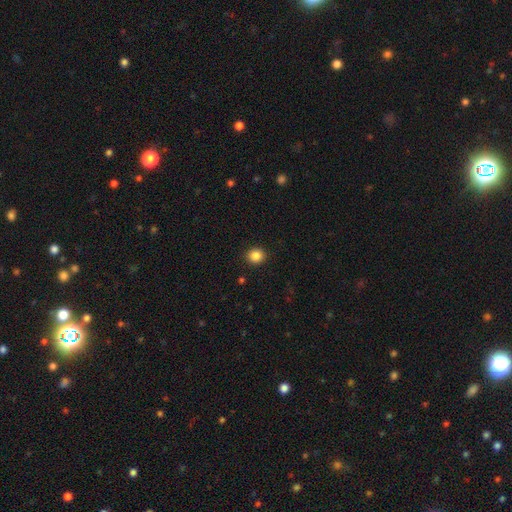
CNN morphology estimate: type=smooth (86%); roundness=round (86%); merging=none (92%).